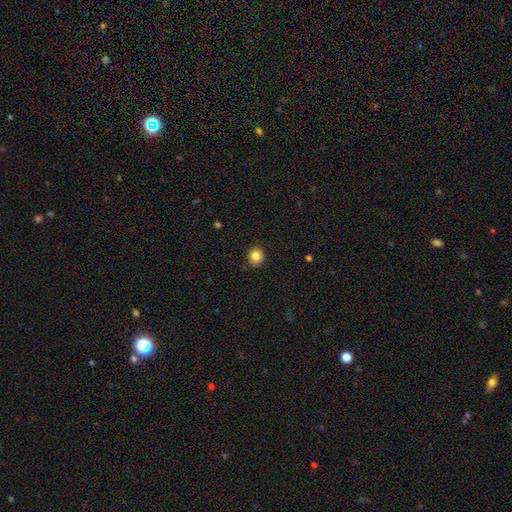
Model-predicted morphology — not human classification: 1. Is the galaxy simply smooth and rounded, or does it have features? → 83% smooth, 10% star or artifact, 7% featured or disk.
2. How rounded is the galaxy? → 82% round, 17% in between, 1% cigar-shaped.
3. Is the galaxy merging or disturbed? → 88% none, 8% minor disturbance, 2% major disturbance, 1% merger.